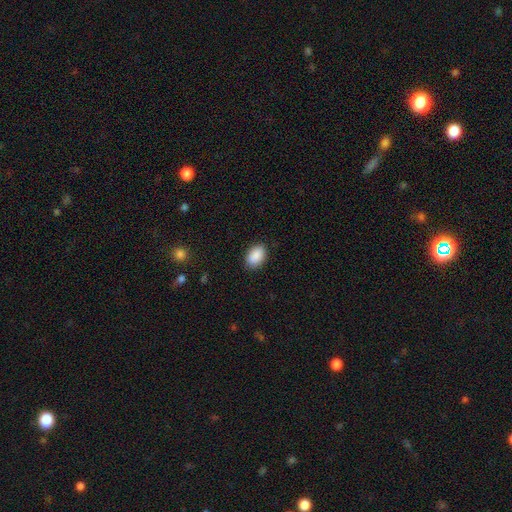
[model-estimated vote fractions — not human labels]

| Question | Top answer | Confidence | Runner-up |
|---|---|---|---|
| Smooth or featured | smooth | 90% | star or artifact (7%) |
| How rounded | in between | 89% | round (10%) |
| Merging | none | 87% | minor disturbance (9%) |